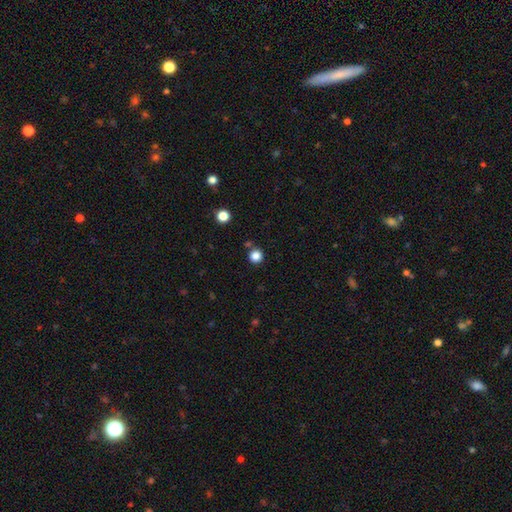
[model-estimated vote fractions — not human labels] This is clearly a smooth galaxy (83%). How rounded: clearly round (94%). Merging: clearly none (85%).